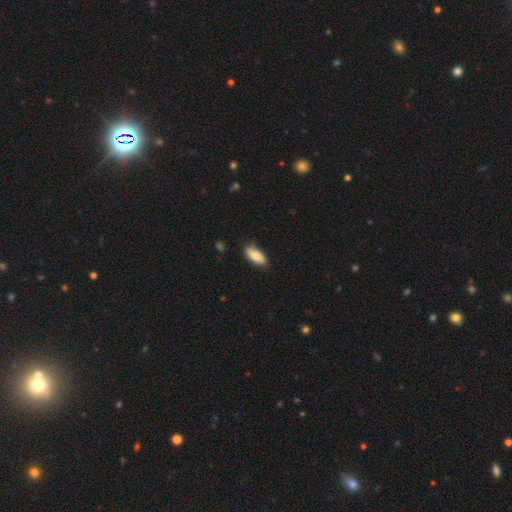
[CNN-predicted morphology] Smooth or featured: smooth — 81% (featured or disk — 13%)
How rounded: in between — 82% (cigar-shaped — 15%)
Merging: none — 83% (minor disturbance — 14%)